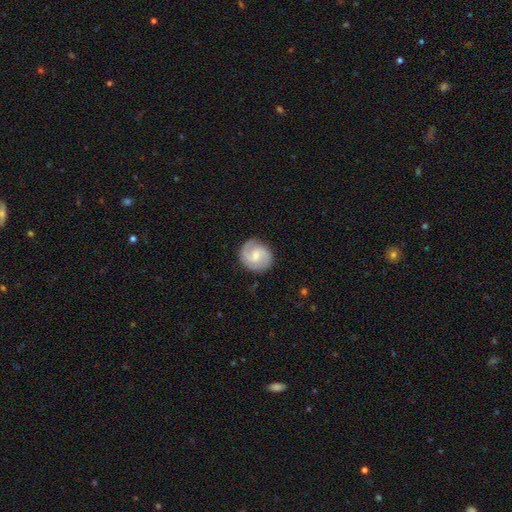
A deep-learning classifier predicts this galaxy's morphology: featured or disk 74%, smooth 20%, star or artifact 5%. Down the decision tree: edge-on disk — no (98%); bar — weak (53%); spiral arms — yes (96%); spiral arm count — 2 (78%); spiral winding — medium (47%); bulge size — small (51%); merging — none (83%).